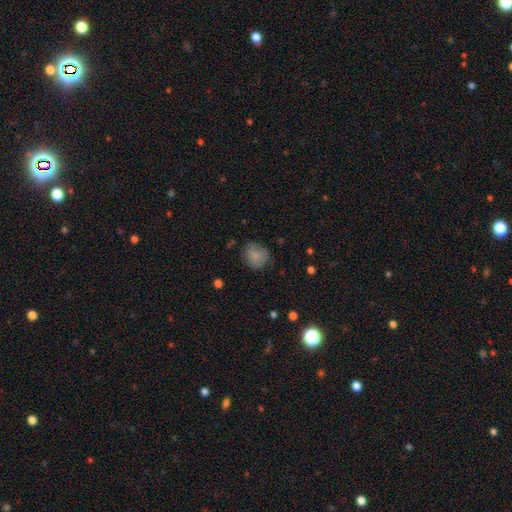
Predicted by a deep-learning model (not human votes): Overall: smooth (80%). How rounded: round (78%). Merging: none (70%).